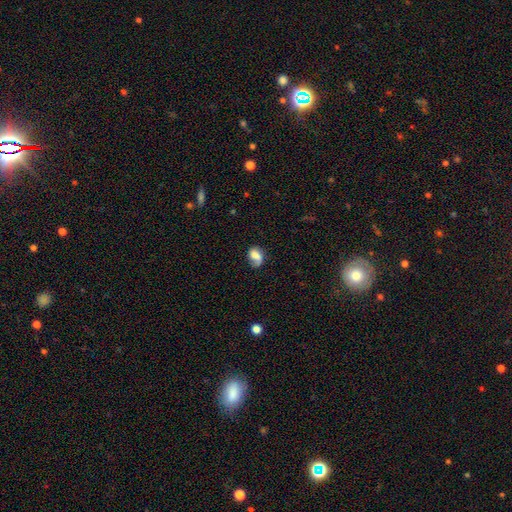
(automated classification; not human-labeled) A smooth galaxy with no disk features (53%) that is in between round and cigar-shaped (70%).

Vote fractions:
- Smooth or featured? smooth: 53% / featured or disk: 38% / star or artifact: 10%
- How rounded? in between: 70% / round: 29% / cigar-shaped: 2%
- Merging? none: 47% / minor disturbance: 27% / major disturbance: 21% / merger: 5%